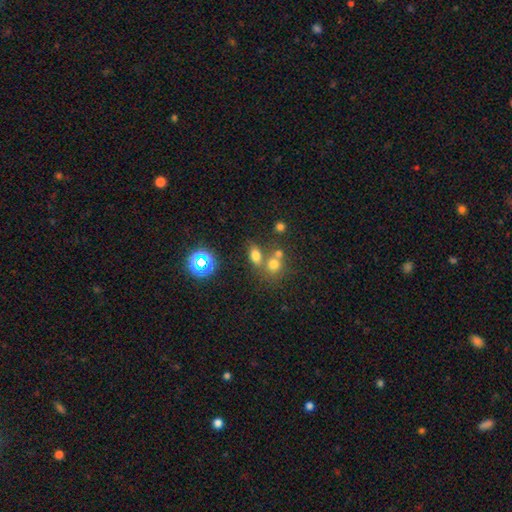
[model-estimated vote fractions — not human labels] Q: Smooth or featured?
A: smooth (68%); runner-up: star or artifact (20%)
Q: How rounded?
A: in between (65%); runner-up: round (32%)
Q: Merging?
A: none (50%); runner-up: merger (34%)